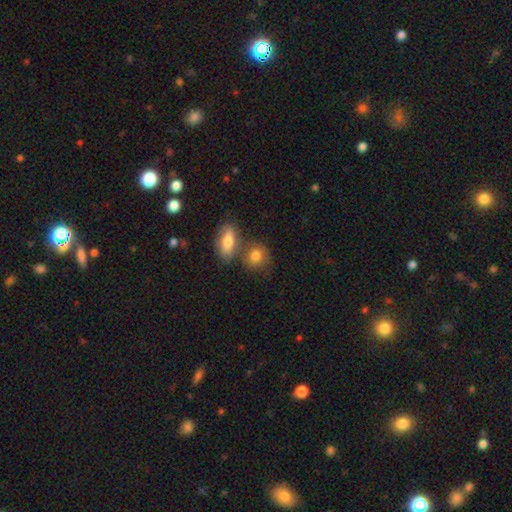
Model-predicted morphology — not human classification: A smooth galaxy with no disk features (79%) that is round (60%). Merging: none (53%).